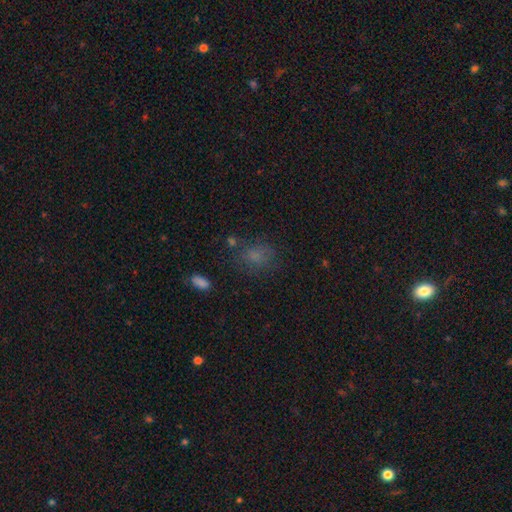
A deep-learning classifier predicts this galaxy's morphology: smooth 69%, star or artifact 21%, featured or disk 10%. Down the decision tree: how rounded — round (53%); merging — none (69%).